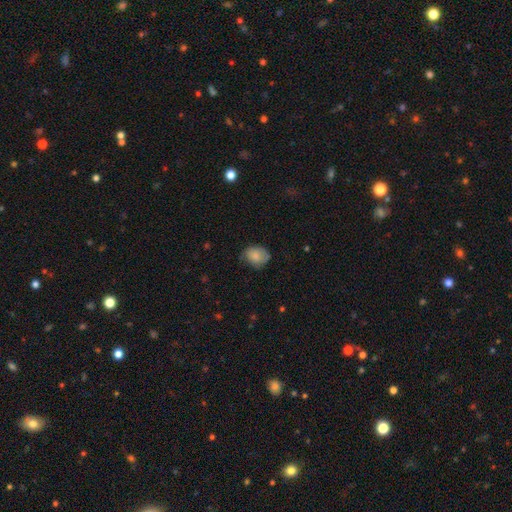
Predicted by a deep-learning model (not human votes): The model was most divided on "how rounded": round: 51%, in between: 48%, cigar-shaped: 1%. More confident: smooth or featured — smooth (79%); merging — none (61%).